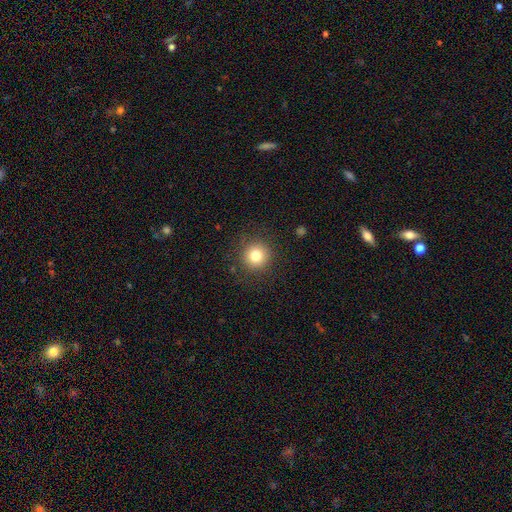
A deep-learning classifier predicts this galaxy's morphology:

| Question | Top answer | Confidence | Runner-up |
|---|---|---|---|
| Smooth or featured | smooth | 80% | star or artifact (12%) |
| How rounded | round | 94% | in between (5%) |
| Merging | none | 89% | minor disturbance (7%) |